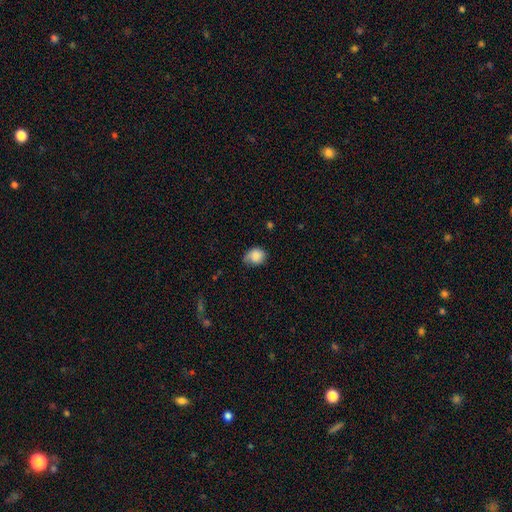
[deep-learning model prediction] Overall: smooth (85%). How rounded: round (50%; in between 49%). Merging: none (55%; minor disturbance 36%).